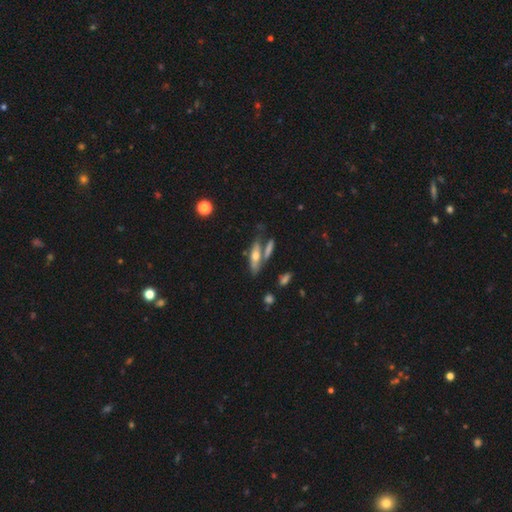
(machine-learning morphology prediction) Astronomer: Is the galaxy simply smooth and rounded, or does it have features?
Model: featured or disk — 46% (runner-up: smooth, 45%).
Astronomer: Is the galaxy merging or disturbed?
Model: none — 55%.